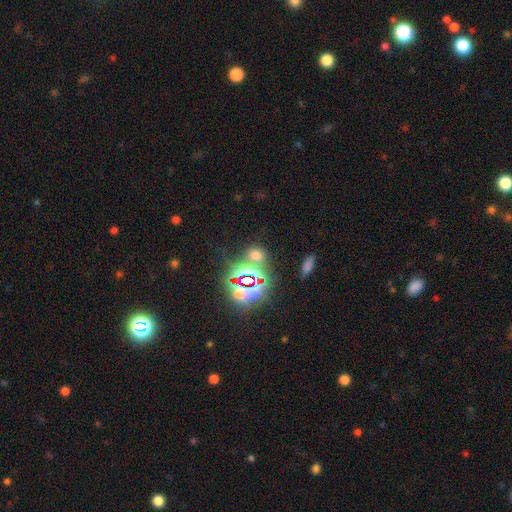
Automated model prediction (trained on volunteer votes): This is possibly a star or artifact rather than a galaxy (49%).